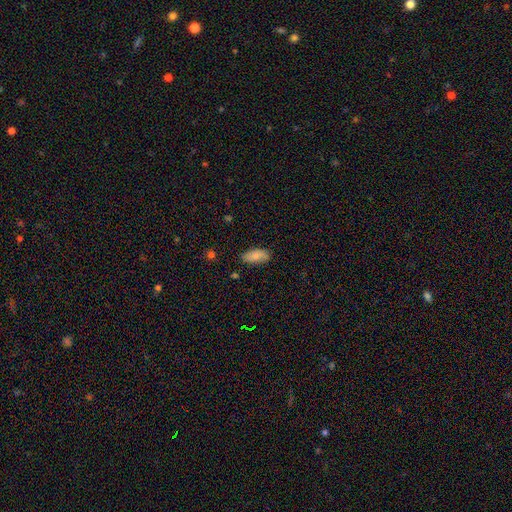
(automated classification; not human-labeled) A smooth galaxy with no disk features (81%) that is in between round and cigar-shaped (89%).

Vote fractions:
- Smooth or featured? smooth: 81% / featured or disk: 13% / star or artifact: 7%
- How rounded? in between: 89% / cigar-shaped: 9% / round: 2%
- Merging? none: 78% / minor disturbance: 17% / major disturbance: 3% / merger: 2%